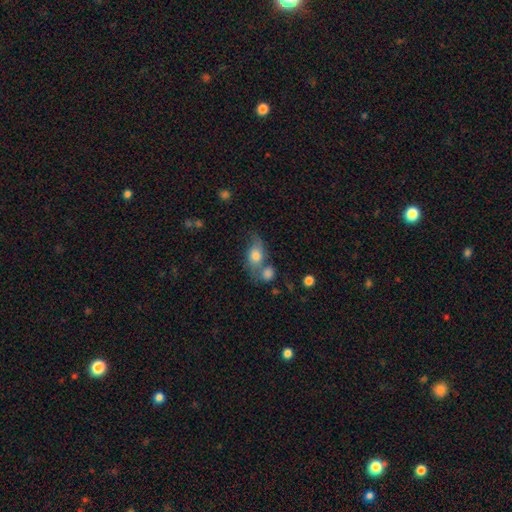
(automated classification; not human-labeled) This appears to be a smooth galaxy with no disk features (66%) that is in between round and cigar-shaped (73%). Merging: merger (41%).